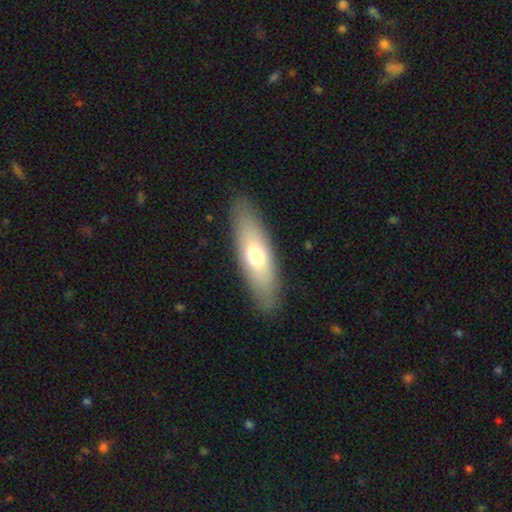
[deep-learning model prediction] Smooth or featured? Predicted: smooth (p=0.64). How rounded? Predicted: in between (p=0.56). Merging? Predicted: none (p=0.87).